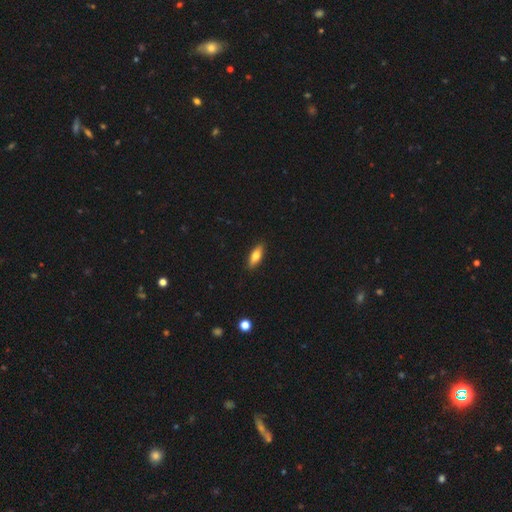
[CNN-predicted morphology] Smooth or featured? smooth (70%)
How rounded? in between (64%)
Merging? none (89%)